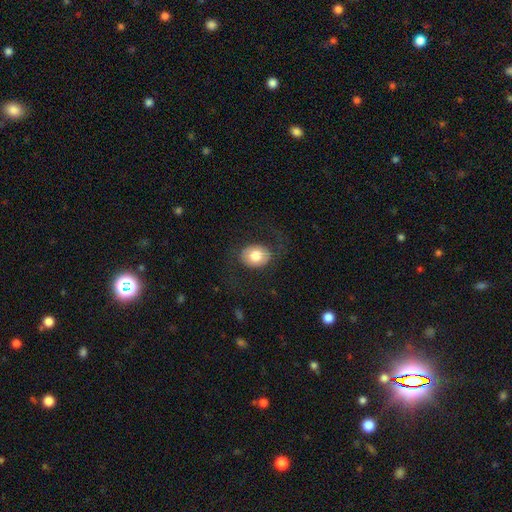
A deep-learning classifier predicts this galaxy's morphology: Overall: smooth (71%). How rounded: in between (53%; round 46%). Merging: none (72%).